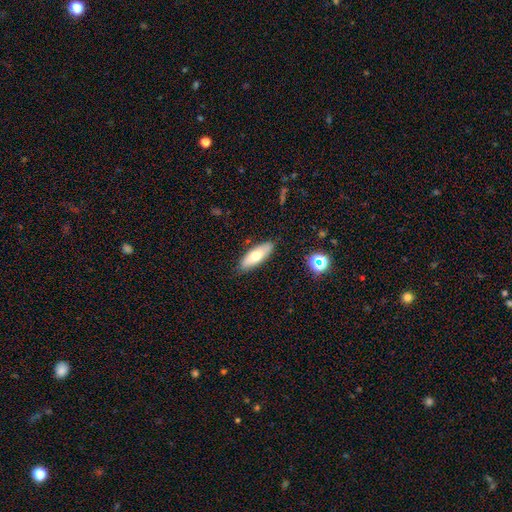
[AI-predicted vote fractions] The model was most divided on "how rounded": in between: 65%, cigar-shaped: 32%, round: 2%. More confident: merging — none (86%); smooth or featured — smooth (66%).